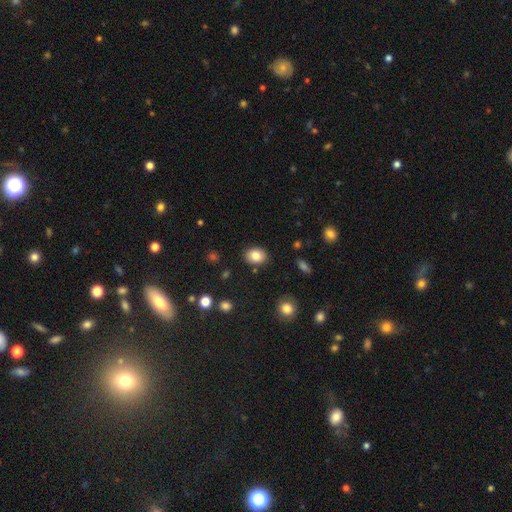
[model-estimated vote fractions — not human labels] smooth 82%, star or artifact 9%, featured or disk 9%. Down the decision tree: how rounded — in between (58%); merging — none (87%).